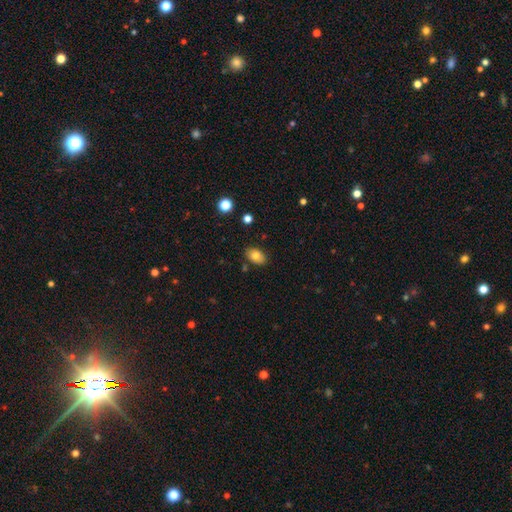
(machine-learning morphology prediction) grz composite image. It shows a smooth galaxy with no disk features (81%) that is in between round and cigar-shaped (86%). Merging: none (84%).